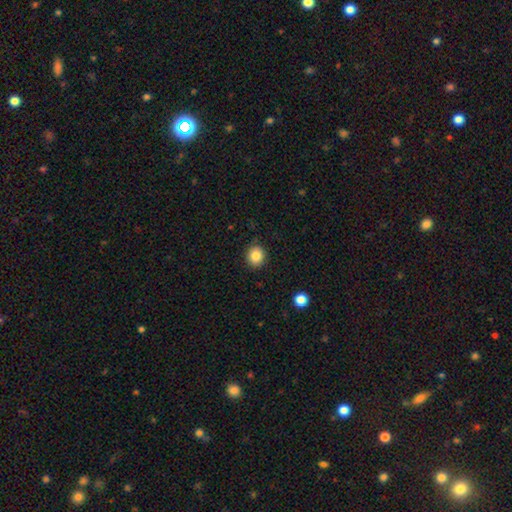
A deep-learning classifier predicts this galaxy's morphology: A smooth galaxy with no disk features (85%) that is round (83%). Merging: none (90%).